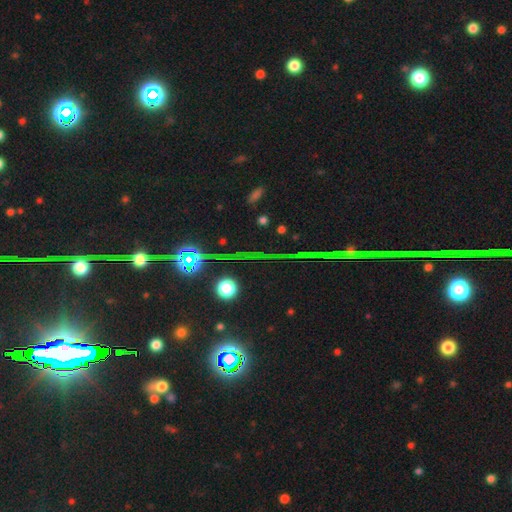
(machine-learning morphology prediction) Q: Smooth or featured?
A: star or artifact (81%); runner-up: smooth (10%)